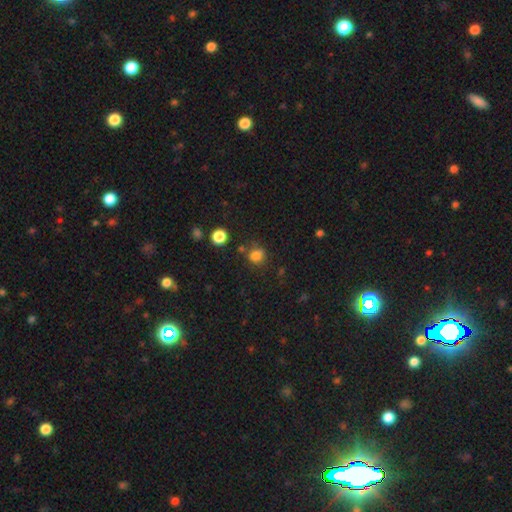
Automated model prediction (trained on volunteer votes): smooth 79%, star or artifact 15%, featured or disk 6%. Down the decision tree: how rounded — round (62%); merging — none (64%).